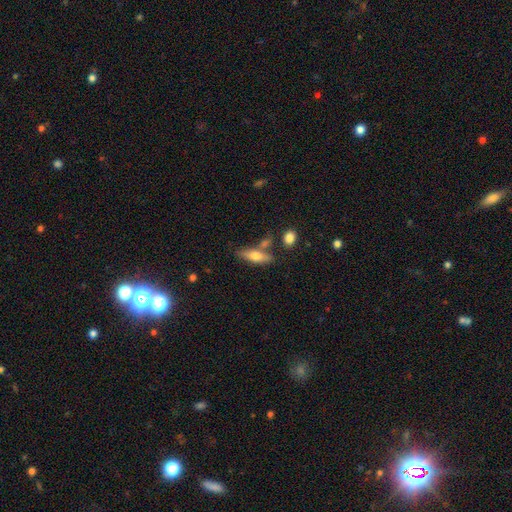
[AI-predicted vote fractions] This appears to be a smooth galaxy with no disk features (59%) that is cigar-shaped (50%). Merging: none (65%).